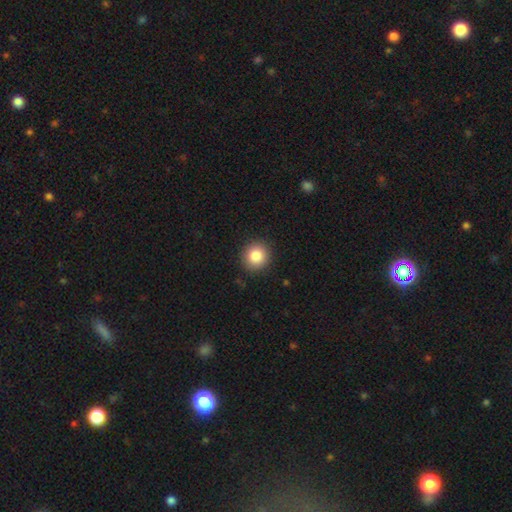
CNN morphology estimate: A smooth galaxy with no disk features (85%) that is round (90%). Merging: none (90%).